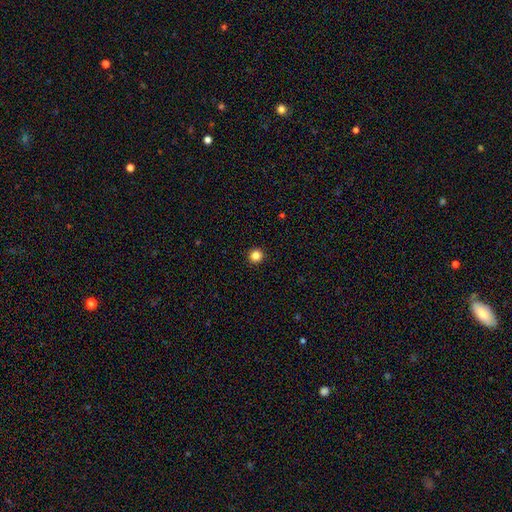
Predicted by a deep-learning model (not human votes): Smooth or featured: smooth — 84% (star or artifact — 13%)
How rounded: round — 96% (in between — 3%)
Merging: none — 94% (minor disturbance — 4%)